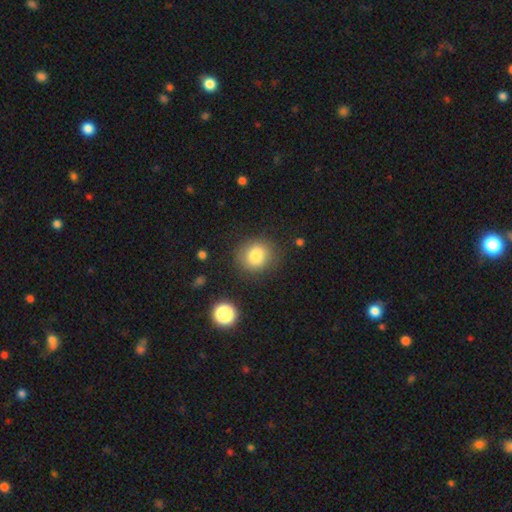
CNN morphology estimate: A smooth galaxy with no disk features (82%) that is round (79%).

Vote fractions:
- Smooth or featured? smooth: 82% / star or artifact: 11% / featured or disk: 8%
- How rounded? round: 79% / in between: 21% / cigar-shaped: 1%
- Merging? none: 84% / minor disturbance: 11% / major disturbance: 4% / merger: 2%